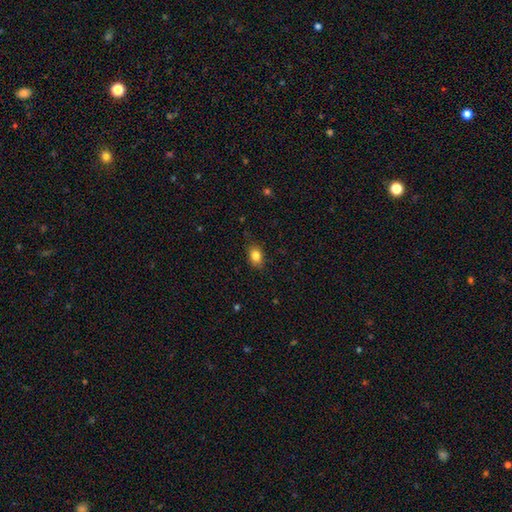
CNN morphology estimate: Q: Smooth or featured?
A: smooth (83%); runner-up: star or artifact (10%)
Q: How rounded?
A: in between (69%); runner-up: round (29%)
Q: Merging?
A: none (82%); runner-up: minor disturbance (14%)